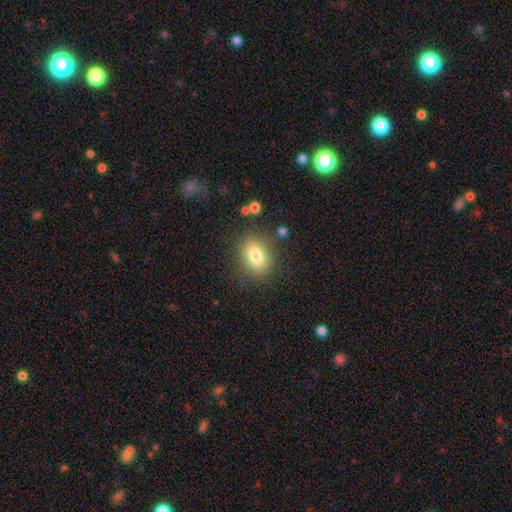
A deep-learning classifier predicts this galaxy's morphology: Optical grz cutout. It shows a smooth galaxy with no disk features (79%) that is in between round and cigar-shaped (56%). Merging: none (81%).